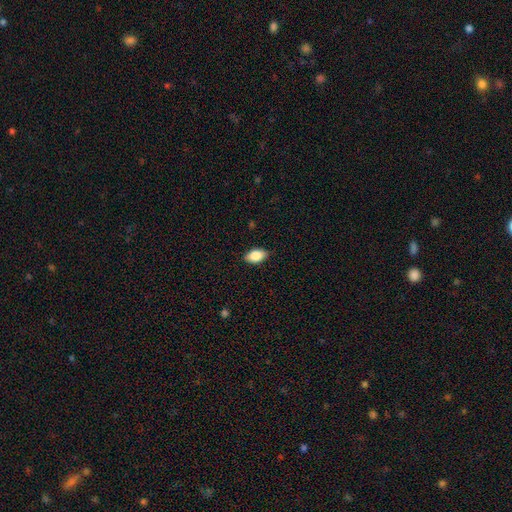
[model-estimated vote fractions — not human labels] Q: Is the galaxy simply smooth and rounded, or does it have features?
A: smooth — 84%.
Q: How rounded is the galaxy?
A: in between — 90%.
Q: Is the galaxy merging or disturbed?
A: none — 86%.